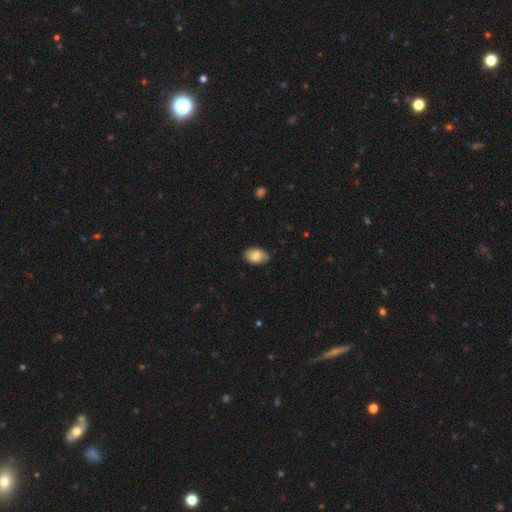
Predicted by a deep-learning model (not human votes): A smooth galaxy with no disk features (83%) that is in between round and cigar-shaped (90%).

Vote fractions:
- Smooth or featured? smooth: 83% / featured or disk: 10% / star or artifact: 7%
- How rounded? in between: 90% / round: 9% / cigar-shaped: 1%
- Merging? none: 82% / minor disturbance: 15% / major disturbance: 2% / merger: 1%